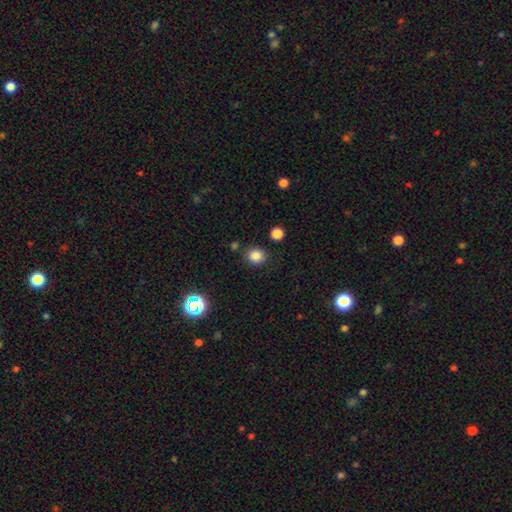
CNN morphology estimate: A smooth galaxy with no disk features (84%) that is round (82%).

Vote fractions:
- Smooth or featured? smooth: 84% / star or artifact: 13% / featured or disk: 4%
- How rounded? round: 82% / in between: 17% / cigar-shaped: 1%
- Merging? none: 85% / minor disturbance: 8% / merger: 4% / major disturbance: 3%